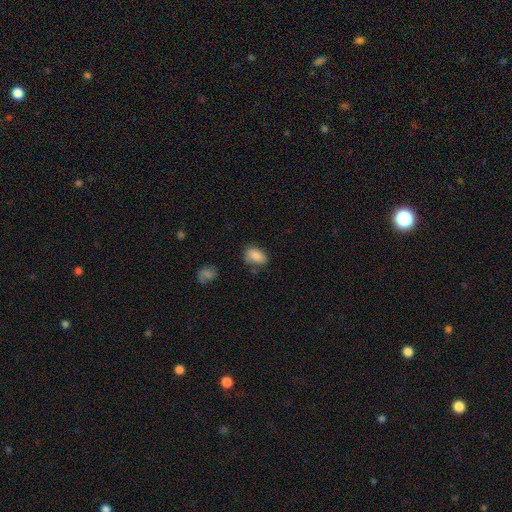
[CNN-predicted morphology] Smooth or featured? smooth (84%)
How rounded? in between (86%)
Merging? none (68%)